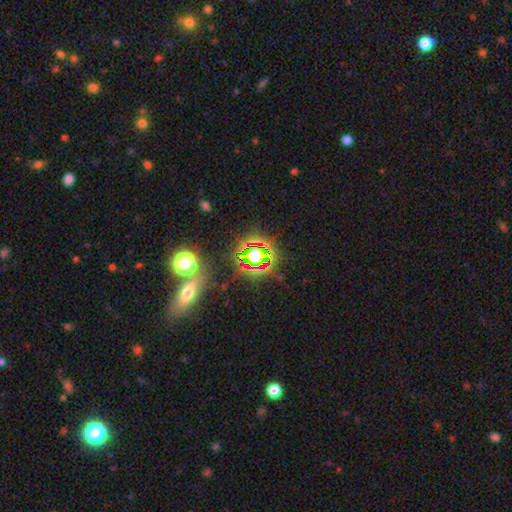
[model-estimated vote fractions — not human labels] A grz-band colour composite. It shows a star or artifact, not a galaxy (74%).